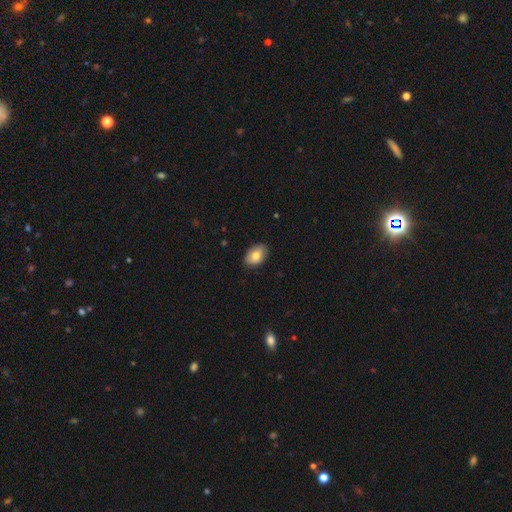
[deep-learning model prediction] The model was most divided on "smooth or featured": smooth: 81%, featured or disk: 12%, star or artifact: 7%. More confident: how rounded — in between (89%); merging — none (86%).